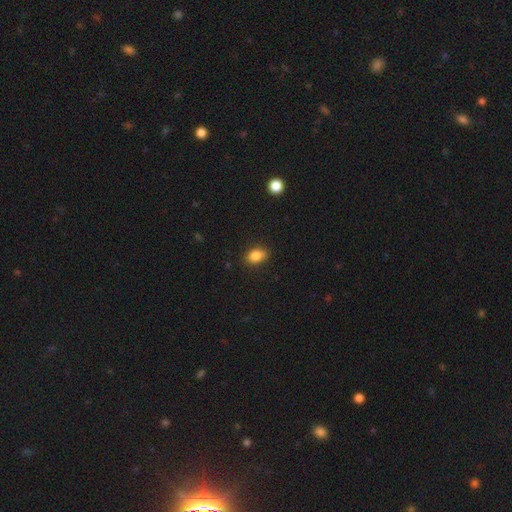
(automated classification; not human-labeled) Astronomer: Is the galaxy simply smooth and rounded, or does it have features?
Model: smooth — 86%.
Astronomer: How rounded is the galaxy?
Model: in between — 80%.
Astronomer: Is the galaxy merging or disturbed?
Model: none — 83%.